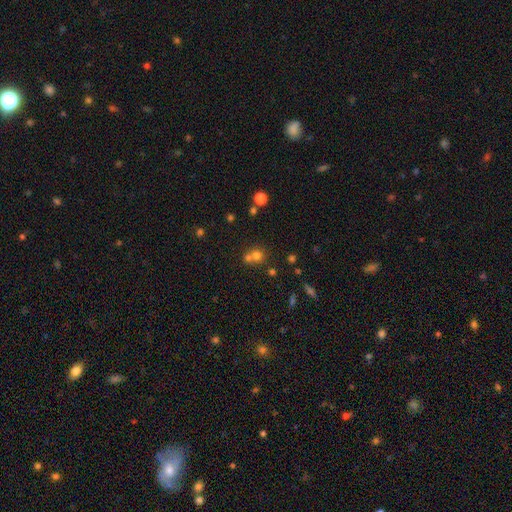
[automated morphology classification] This appears to be a smooth galaxy with no disk features (70%) that is round (82%). Merging: merger (50%).